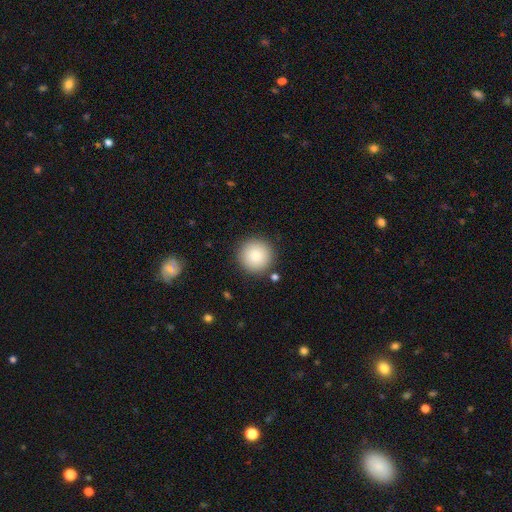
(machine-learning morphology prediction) smooth-or-featured: smooth: 87% | star or artifact: 8% | featured or disk: 5%
  how-rounded: round: 96% | in between: 3% | cigar-shaped: 1%
  merging: none: 89% | minor disturbance: 7% | merger: 2% | major disturbance: 2%